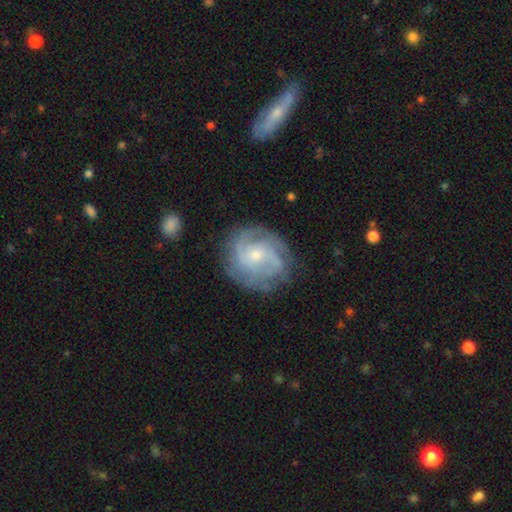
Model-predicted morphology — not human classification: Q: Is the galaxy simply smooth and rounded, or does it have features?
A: featured or disk — 80%.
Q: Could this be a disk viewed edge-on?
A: no — 98%.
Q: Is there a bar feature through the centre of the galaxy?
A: no — 69%.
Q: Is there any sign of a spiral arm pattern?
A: yes — 93%.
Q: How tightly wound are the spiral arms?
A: tight — 56%.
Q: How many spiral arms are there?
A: can't tell — 30%.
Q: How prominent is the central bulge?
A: small — 66%.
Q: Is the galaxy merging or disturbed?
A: none — 76%.